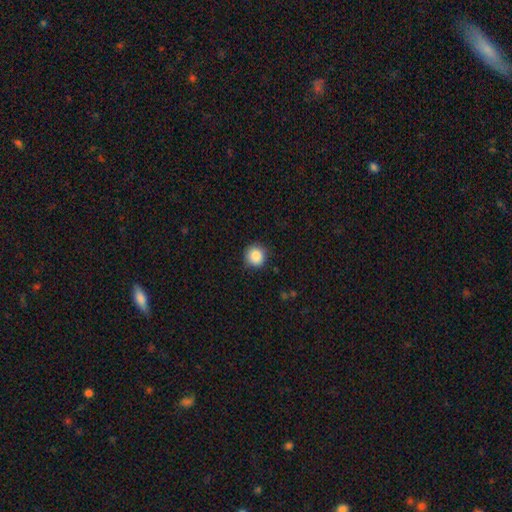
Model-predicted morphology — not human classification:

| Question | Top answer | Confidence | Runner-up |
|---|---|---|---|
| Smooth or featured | smooth | 87% | star or artifact (9%) |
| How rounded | round | 90% | in between (9%) |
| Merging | none | 85% | minor disturbance (11%) |